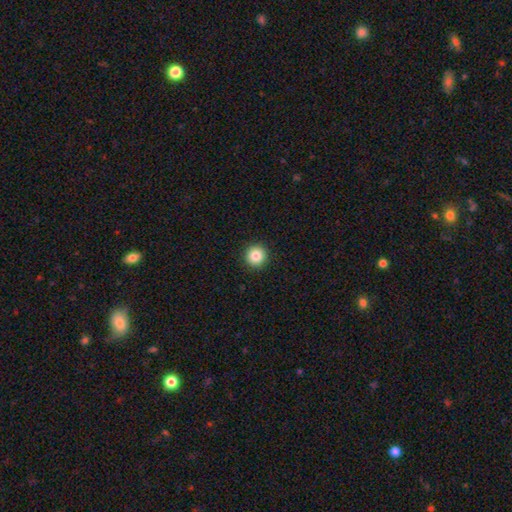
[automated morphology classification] Smooth or featured?
  - smooth: 84% *
  - star or artifact: 10%
  - featured or disk: 5%
How rounded?
  - round: 95% *
  - in between: 4%
  - cigar-shaped: 1%
Merging?
  - none: 93% *
  - minor disturbance: 4%
  - major disturbance: 2%
  - merger: 1%